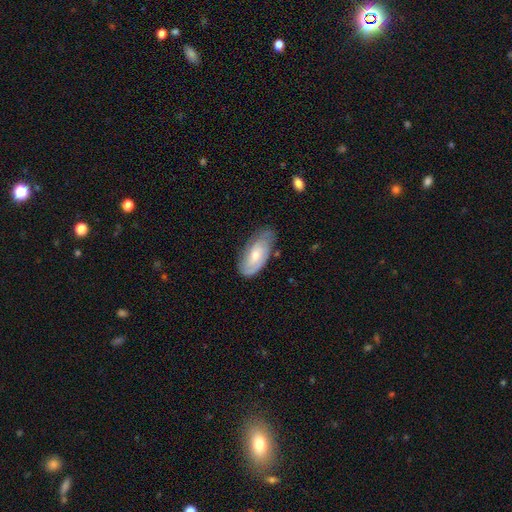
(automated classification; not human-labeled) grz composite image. It shows a featured or disk galaxy (54%). Merging: none (62%).